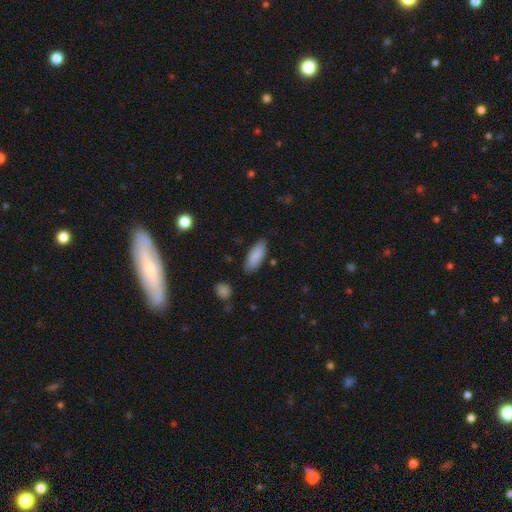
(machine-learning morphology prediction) Smooth or featured? smooth (87%)
How rounded? in between (76%)
Merging? none (83%)